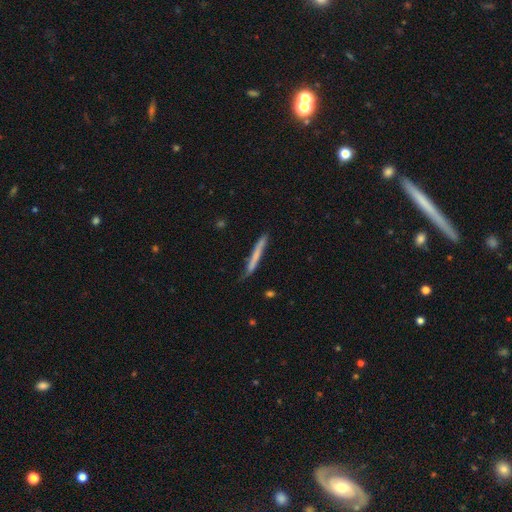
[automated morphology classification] This is likely a smooth galaxy (64%). How rounded: clearly cigar-shaped (97%). Merging: likely none (78%).